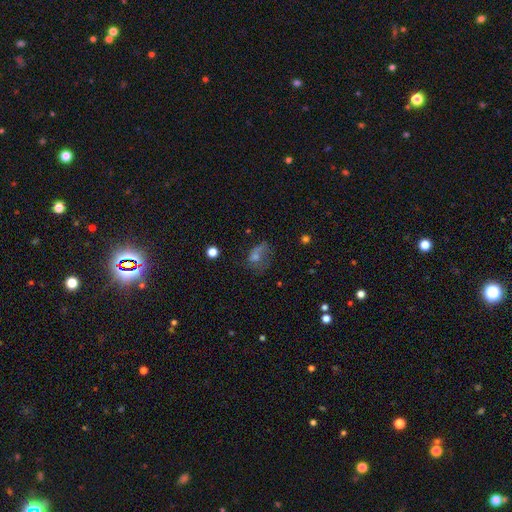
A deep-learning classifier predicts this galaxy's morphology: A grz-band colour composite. It shows a smooth galaxy with no disk features (38%). Merging: none (41%).